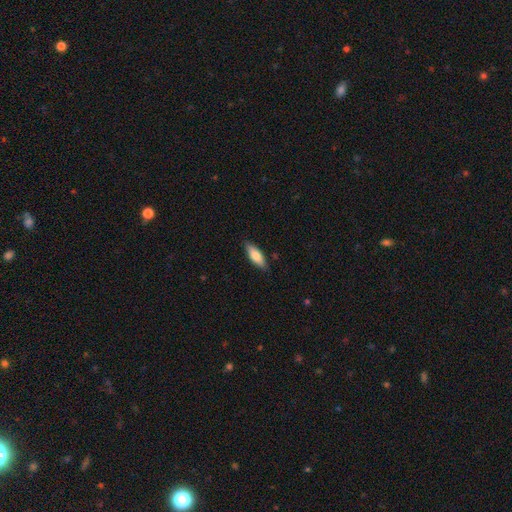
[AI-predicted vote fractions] Overall: smooth (76%). How rounded: in between (65%; cigar-shaped 33%). Merging: none (85%).